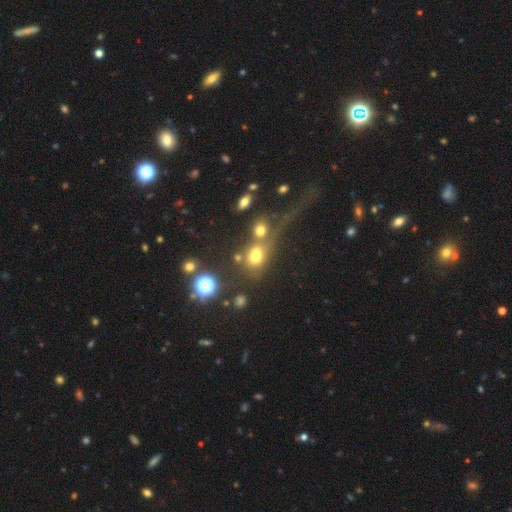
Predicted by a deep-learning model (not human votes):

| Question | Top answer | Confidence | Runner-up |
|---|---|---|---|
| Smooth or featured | smooth | 63% | star or artifact (20%) |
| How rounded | round | 50% | in between (48%) |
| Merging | merger | 51% | none (27%) |